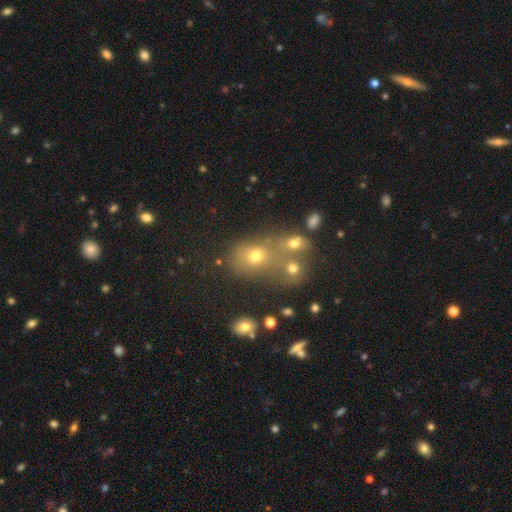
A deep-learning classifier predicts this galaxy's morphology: type=smooth (66%); roundness=in between (52%); merging=merger (47%).